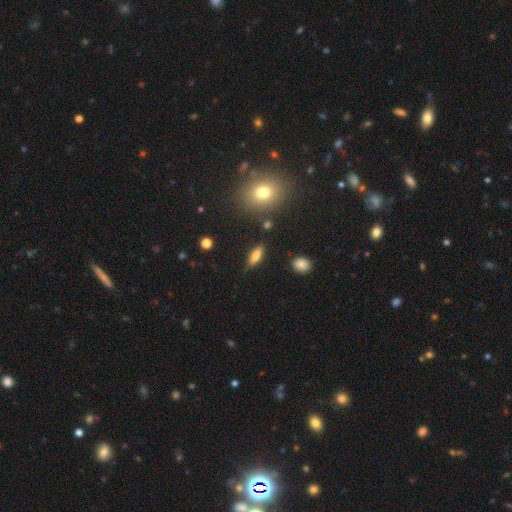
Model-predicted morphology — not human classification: Smooth or featured? Predicted: smooth (p=0.71). How rounded? Predicted: in between (p=0.59). Merging? Predicted: none (p=0.81).